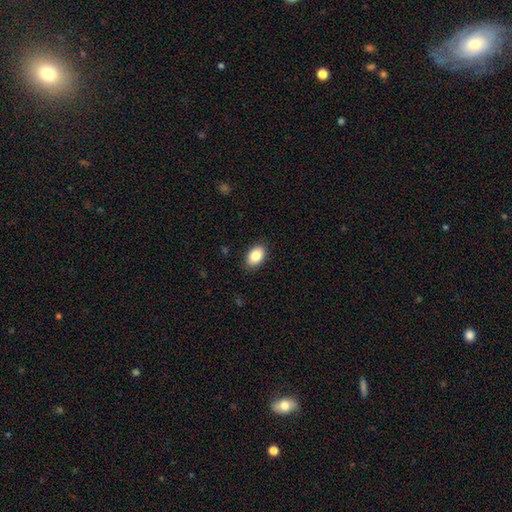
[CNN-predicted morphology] Smooth or featured: smooth — 86% (star or artifact — 7%)
How rounded: in between — 89% (round — 10%)
Merging: none — 88% (minor disturbance — 9%)